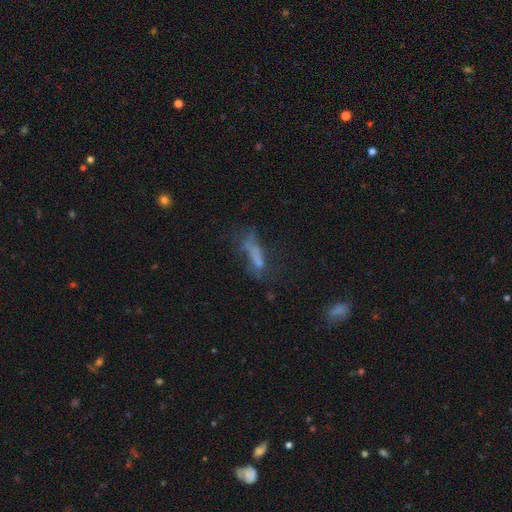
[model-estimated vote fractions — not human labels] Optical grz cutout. It shows a smooth galaxy with no disk features (48%). Merging: none (36%).